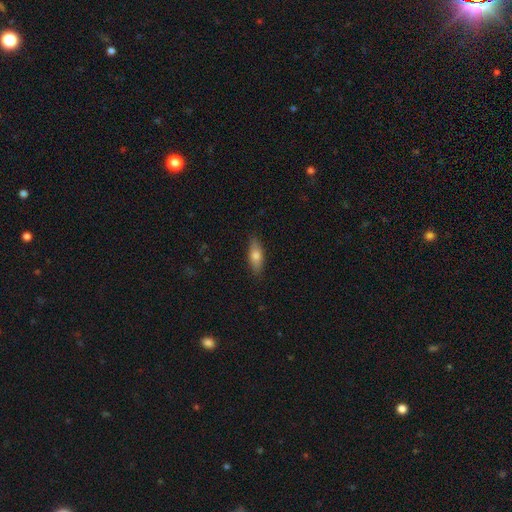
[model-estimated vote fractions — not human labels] smooth_or_featured: smooth (p=0.73) [alt: featured or disk p=0.21]
how_rounded: in between (p=0.71) [alt: cigar-shaped p=0.26]
merging: none (p=0.86) [alt: minor disturbance p=0.11]